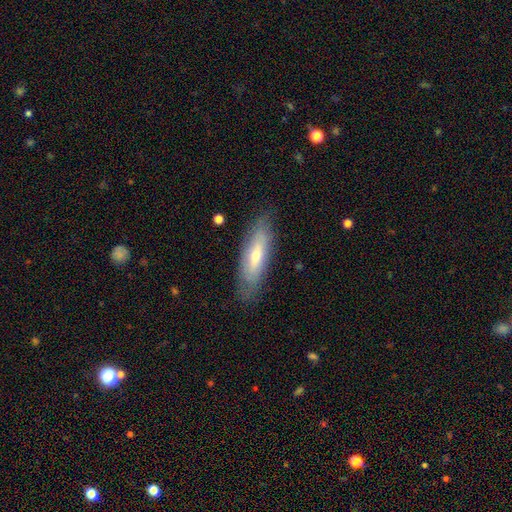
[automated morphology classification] Q: Smooth or featured?
A: smooth (49%); runner-up: featured or disk (44%)
Q: Merging?
A: none (83%); runner-up: minor disturbance (13%)